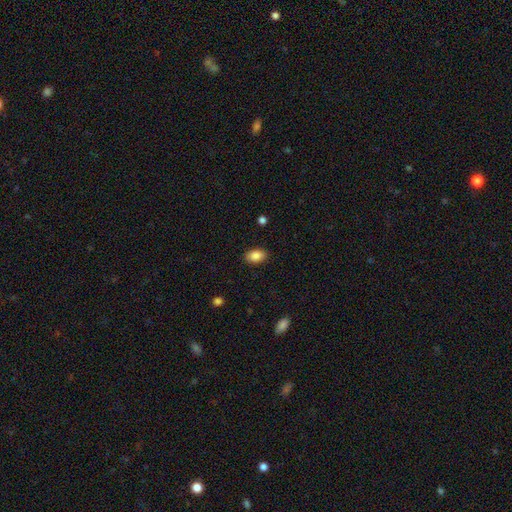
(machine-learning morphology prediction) type=smooth (87%); roundness=in between (87%); merging=none (88%).